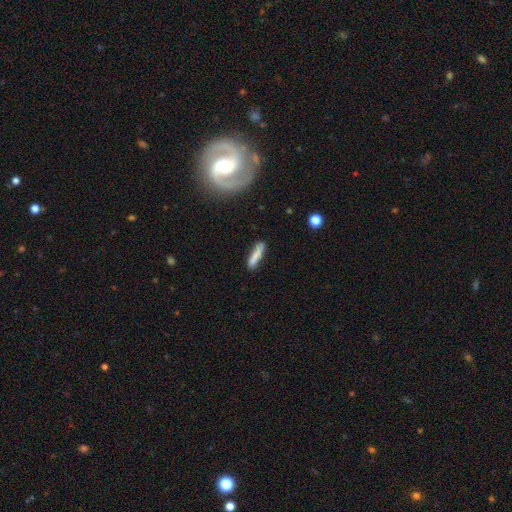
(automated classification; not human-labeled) A smooth galaxy with no disk features (80%) that is cigar-shaped (87%). Merging: none (80%).